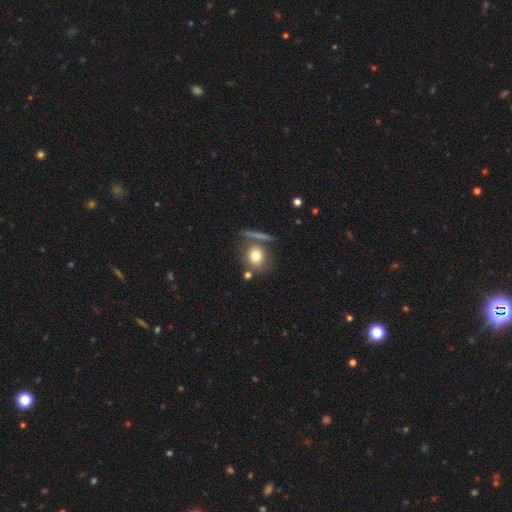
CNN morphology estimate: The model was most divided on "merging": none: 65%, merger: 18%, minor disturbance: 12%, major disturbance: 5%. More confident: how rounded — round (76%); smooth or featured — smooth (74%).